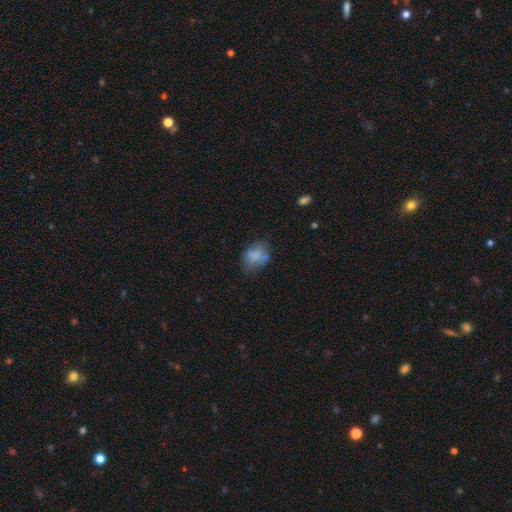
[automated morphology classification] Overall: smooth (70%). How rounded: in between (71%). Merging: none (53%; minor disturbance 28%).